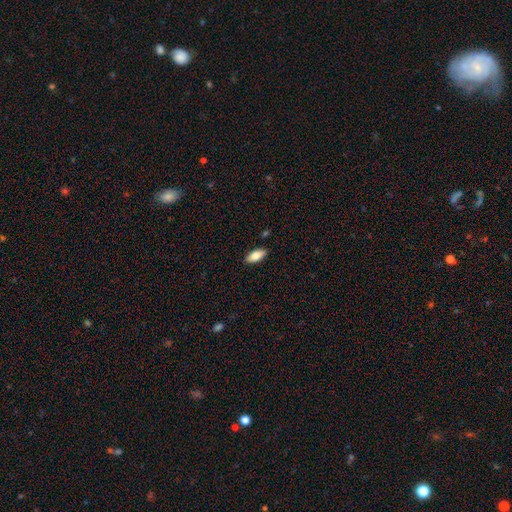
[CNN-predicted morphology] The model was most divided on "smooth or featured": smooth: 81%, featured or disk: 13%, star or artifact: 6%. More confident: merging — none (89%); how rounded — in between (86%).